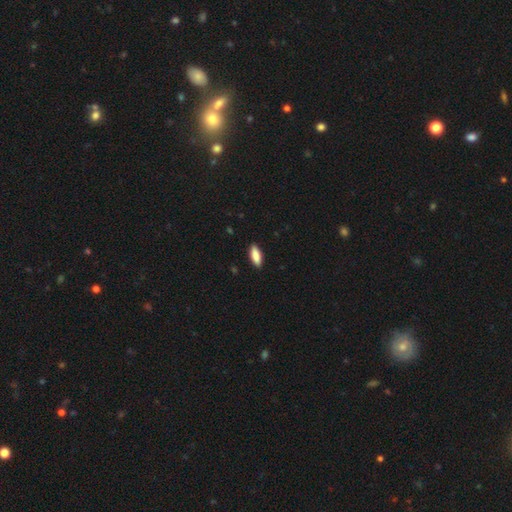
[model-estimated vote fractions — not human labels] This is clearly a smooth galaxy (88%). How rounded: likely in between (73%). Merging: clearly none (89%).